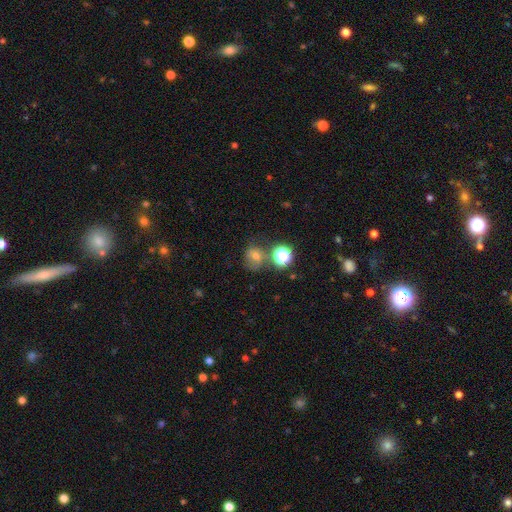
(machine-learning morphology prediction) Overall: smooth (48%; star or artifact 30%). Merging: none (59%).